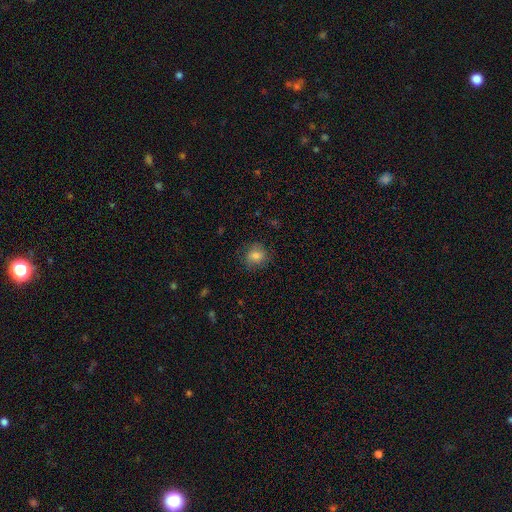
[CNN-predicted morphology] Smooth or featured? Predicted: smooth (p=0.77). How rounded? Predicted: round (p=0.80). Merging? Predicted: none (p=0.81).